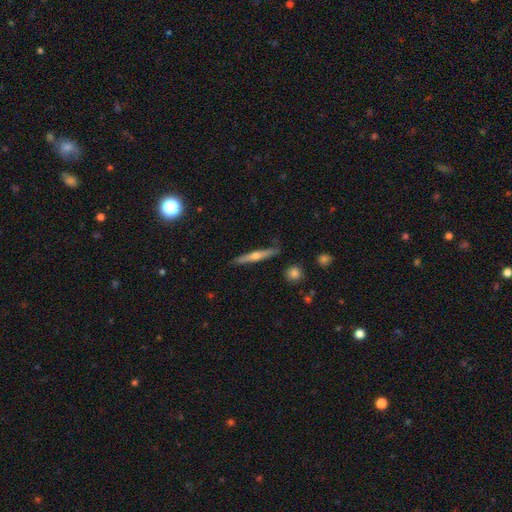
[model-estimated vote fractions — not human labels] smooth_or_featured: featured or disk (p=0.57) [alt: smooth p=0.37]
disk_edge_on: yes (p=0.96) [alt: no p=0.04]
edge_on_bulge: rounded (p=0.84) [alt: none p=0.12]
merging: none (p=0.85) [alt: minor disturbance p=0.12]